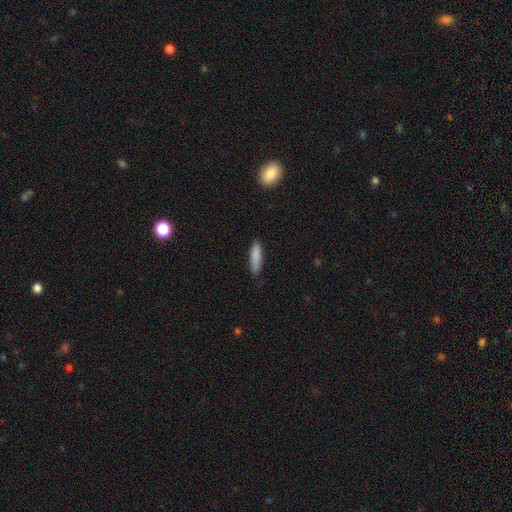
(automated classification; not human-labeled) smooth 86%, featured or disk 8%, star or artifact 6%. Down the decision tree: how rounded — cigar-shaped (67%); merging — none (83%).